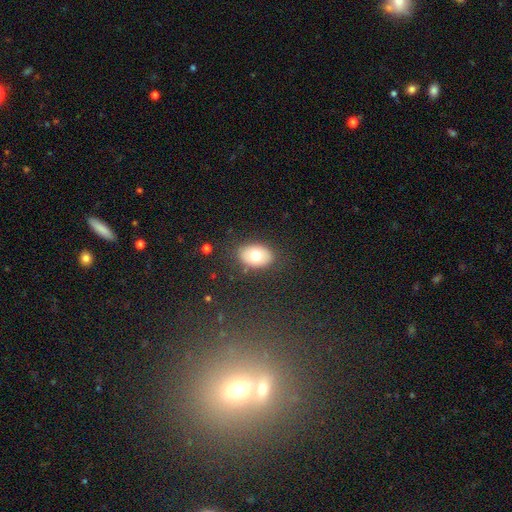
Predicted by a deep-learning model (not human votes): This appears to be a smooth galaxy with no disk features (74%) that is in between round and cigar-shaped (82%). Merging: none (84%).